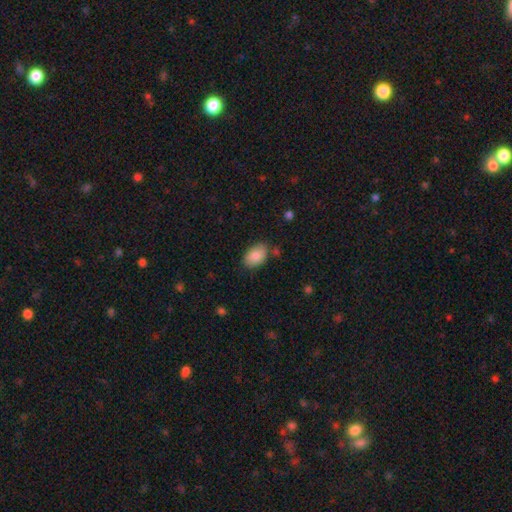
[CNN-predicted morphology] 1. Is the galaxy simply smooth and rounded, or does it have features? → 87% smooth, 7% star or artifact, 7% featured or disk.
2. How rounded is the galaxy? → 89% in between, 9% round, 1% cigar-shaped.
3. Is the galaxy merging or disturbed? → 75% none, 18% minor disturbance, 4% major disturbance, 4% merger.